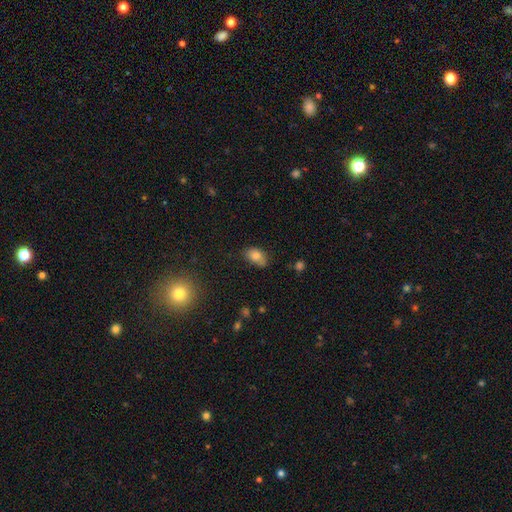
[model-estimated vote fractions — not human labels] Smooth or featured? smooth (80%)
How rounded? in between (84%)
Merging? none (55%)